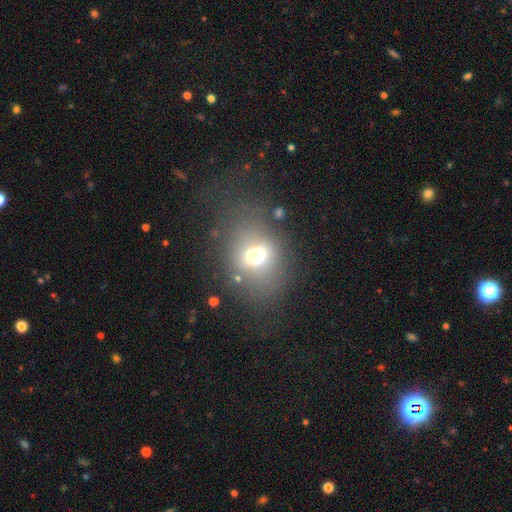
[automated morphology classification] This appears to be a smooth galaxy with no disk features (63%) that is round (54%). Merging: none (64%).